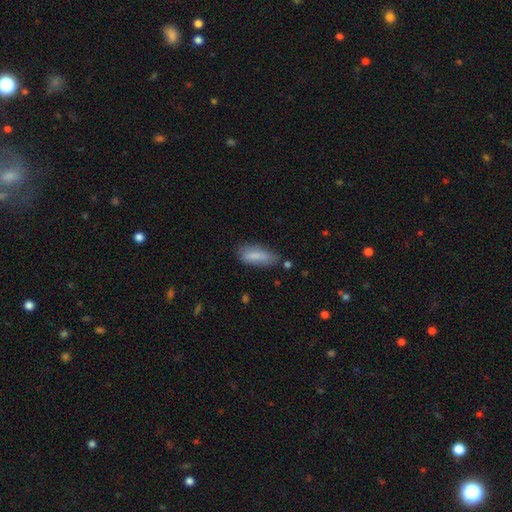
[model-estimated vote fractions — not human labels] This appears to be a smooth galaxy with no disk features (82%) that is in between round and cigar-shaped (64%). Merging: none (63%).